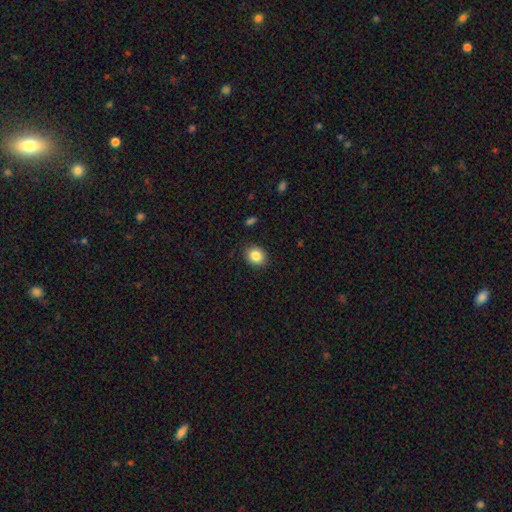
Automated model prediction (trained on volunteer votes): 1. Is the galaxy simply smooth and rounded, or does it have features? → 85% smooth, 9% star or artifact, 6% featured or disk.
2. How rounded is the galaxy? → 57% round, 42% in between, 1% cigar-shaped.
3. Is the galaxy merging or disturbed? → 87% none, 9% minor disturbance, 2% major disturbance, 1% merger.